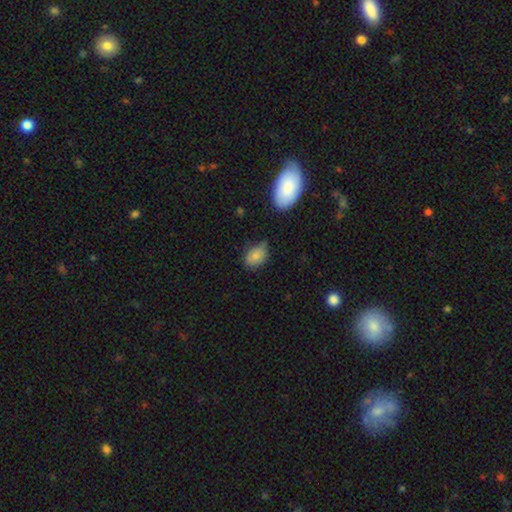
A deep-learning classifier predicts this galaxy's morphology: smooth 78%, featured or disk 12%, star or artifact 9%. Down the decision tree: how rounded — in between (77%); merging — none (61%).